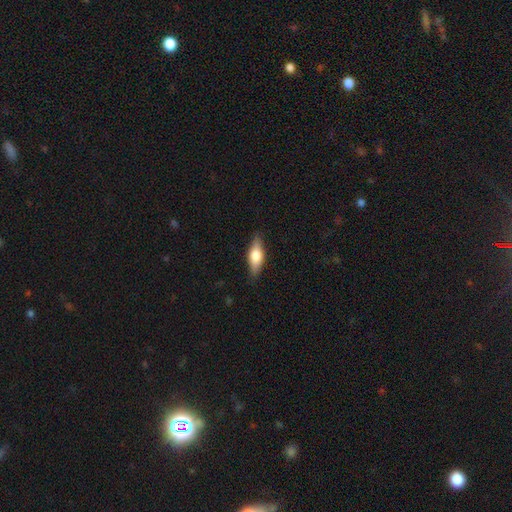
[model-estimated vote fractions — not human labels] smooth-or-featured: smooth: 56% | featured or disk: 37% | star or artifact: 6%
  how-rounded: in between: 63% | cigar-shaped: 34% | round: 3%
  merging: none: 86% | minor disturbance: 11% | major disturbance: 2% | merger: 1%